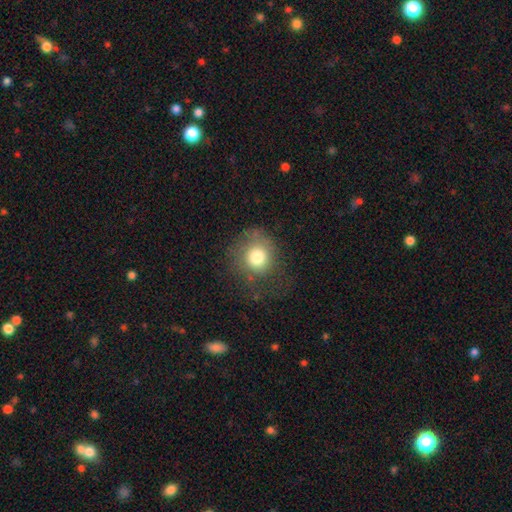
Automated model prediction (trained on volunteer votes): smooth 67%, featured or disk 18%, star or artifact 15%. Down the decision tree: how rounded — round (83%); merging — none (65%).